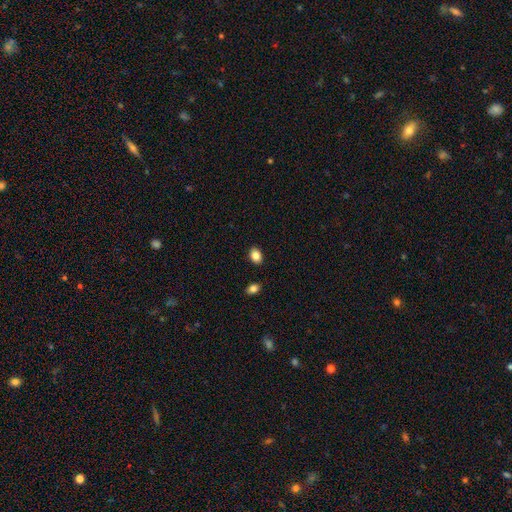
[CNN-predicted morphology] Overall: smooth (86%). How rounded: in between (78%). Merging: none (88%).